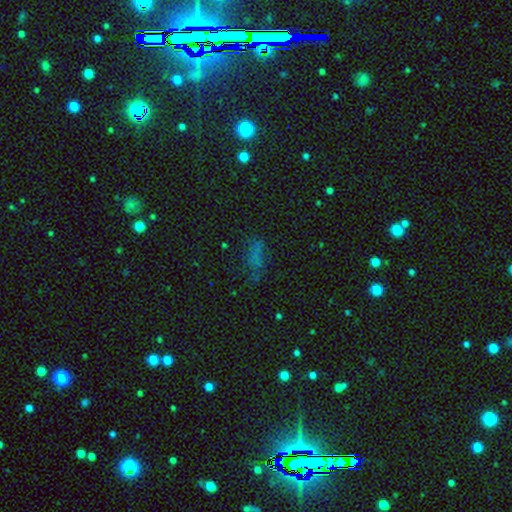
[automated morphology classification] A smooth galaxy with no disk features (51%) that is in between round and cigar-shaped (60%). Merging: none (59%).